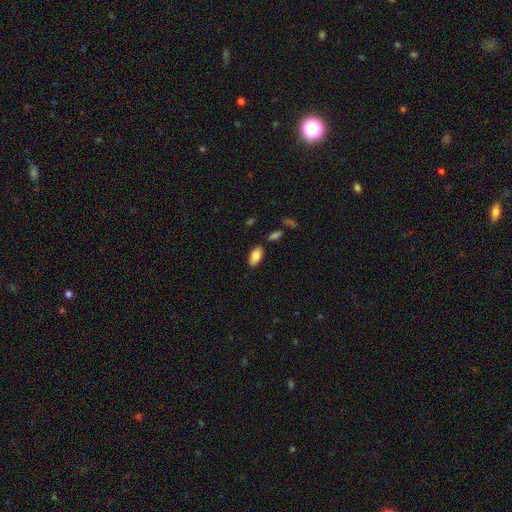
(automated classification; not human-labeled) A smooth galaxy with no disk features (83%) that is in between round and cigar-shaped (94%).

Vote fractions:
- Smooth or featured? smooth: 83% / featured or disk: 10% / star or artifact: 7%
- How rounded? in between: 94% / cigar-shaped: 4% / round: 3%
- Merging? none: 84% / minor disturbance: 10% / merger: 3% / major disturbance: 2%